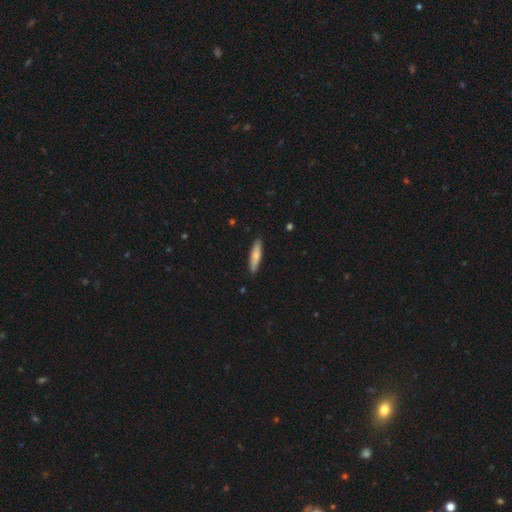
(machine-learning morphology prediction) Smooth or featured? smooth (74%)
How rounded? cigar-shaped (76%)
Merging? none (88%)